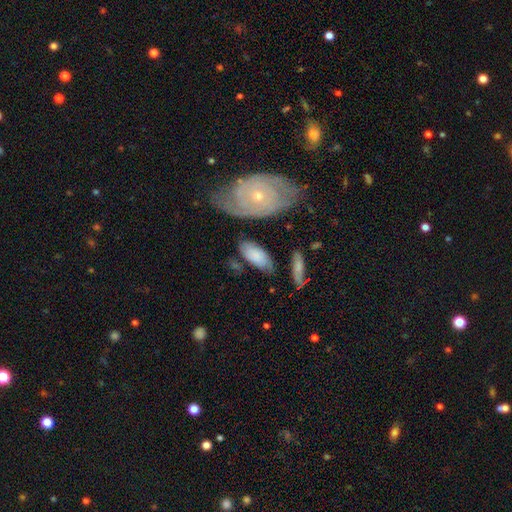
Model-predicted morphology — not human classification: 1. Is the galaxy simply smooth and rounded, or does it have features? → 66% smooth, 27% featured or disk, 7% star or artifact.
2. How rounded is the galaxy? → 88% in between, 9% cigar-shaped, 3% round.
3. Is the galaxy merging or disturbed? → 62% none, 23% minor disturbance, 8% major disturbance, 7% merger.